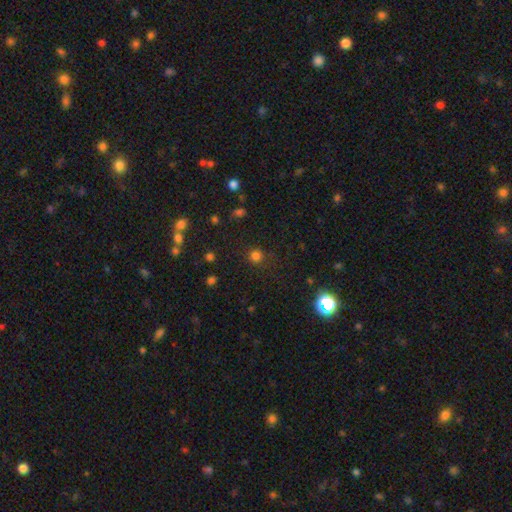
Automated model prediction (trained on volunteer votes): This is likely a smooth galaxy (75%). How rounded: clearly round (92%). Merging: clearly none (84%).